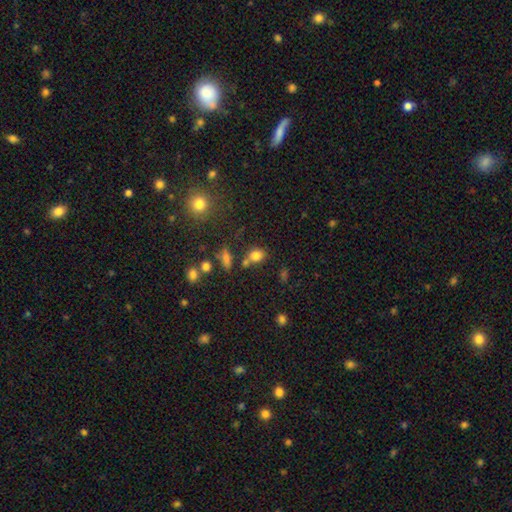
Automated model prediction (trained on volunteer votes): This is likely a smooth galaxy (78%). How rounded: possibly in between (57%). Merging: possibly none (57%).